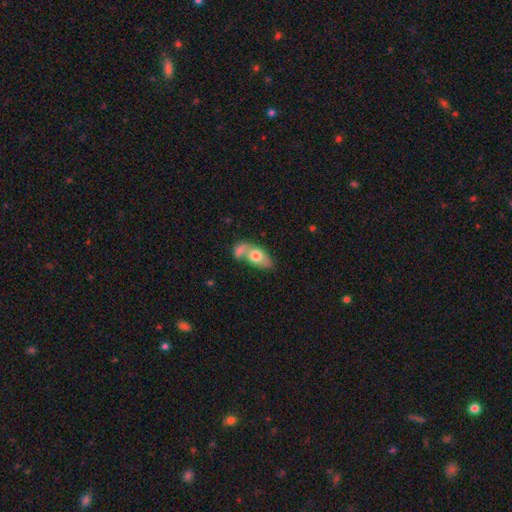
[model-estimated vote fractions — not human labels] The model was most divided on "merging": merger: 52%, none: 27%, minor disturbance: 12%, major disturbance: 9%. More confident: how rounded — in between (85%); smooth or featured — smooth (66%).